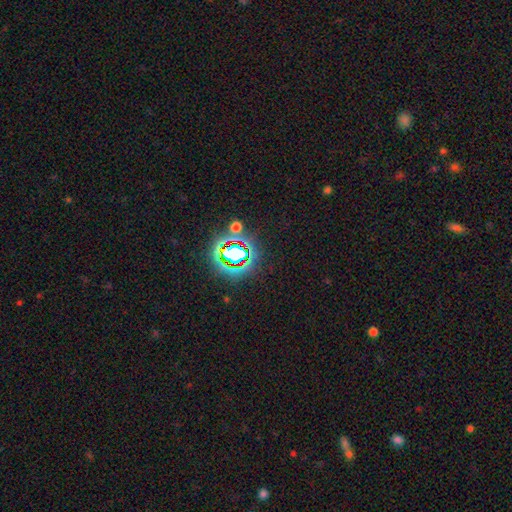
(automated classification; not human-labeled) The model was most divided on "smooth or featured": star or artifact: 79%, smooth: 14%, featured or disk: 7%.